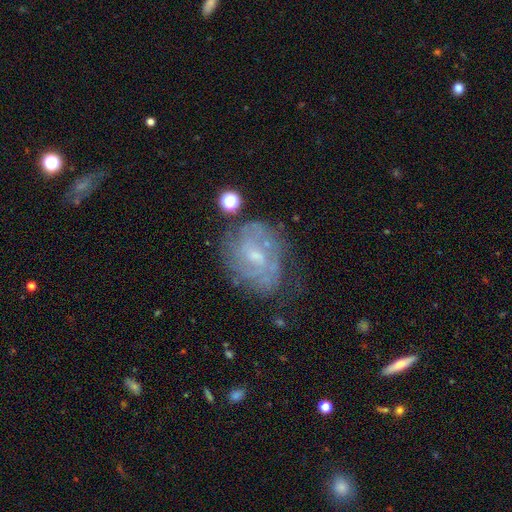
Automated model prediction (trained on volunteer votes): Q: Smooth or featured?
A: featured or disk (74%); runner-up: smooth (17%)
Q: Edge-on disk?
A: no (97%); runner-up: yes (3%)
Q: Bar?
A: no (49%); runner-up: weak (44%)
Q: Spiral arms?
A: yes (80%); runner-up: no (20%)
Q: Spiral winding?
A: tight (54%); runner-up: medium (35%)
Q: Spiral arm count?
A: can't tell (48%); runner-up: 2 (27%)
Q: Bulge size?
A: small (56%); runner-up: moderate (34%)
Q: Merging?
A: none (61%); runner-up: minor disturbance (23%)